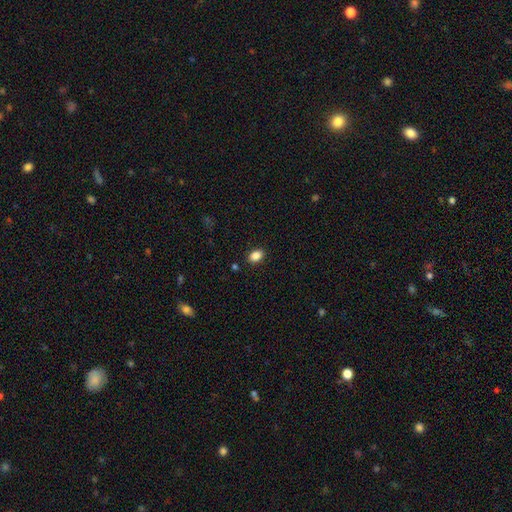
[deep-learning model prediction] smooth_or_featured: smooth (p=0.87) [alt: star or artifact p=0.09]
how_rounded: in between (p=0.78) [alt: round p=0.20]
merging: none (p=0.88) [alt: minor disturbance p=0.08]